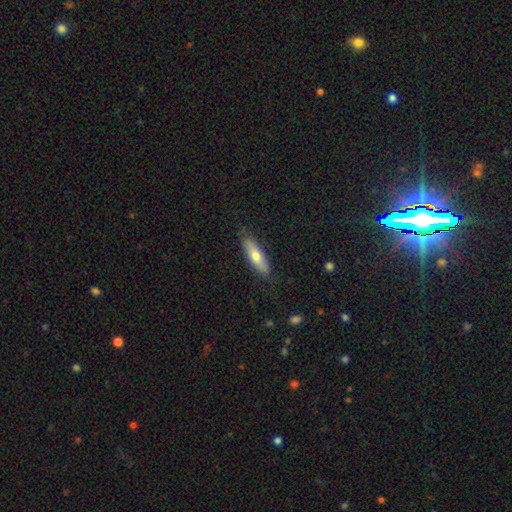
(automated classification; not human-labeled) Smooth or featured: smooth — 66% (featured or disk — 29%)
How rounded: cigar-shaped — 55% (in between — 43%)
Merging: none — 82% (minor disturbance — 14%)